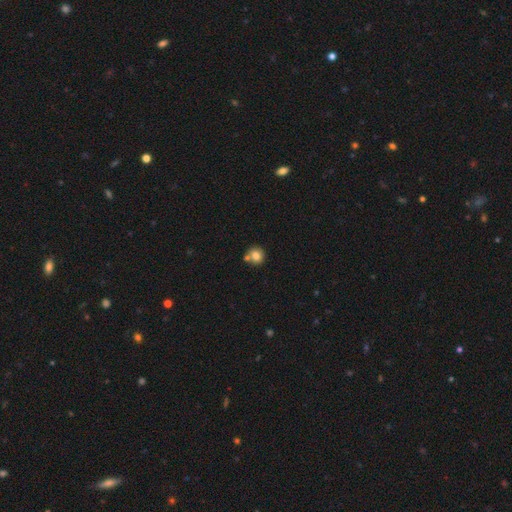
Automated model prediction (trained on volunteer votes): smooth-or-featured: smooth: 78% | featured or disk: 12% | star or artifact: 10%
  how-rounded: round: 89% | in between: 10% | cigar-shaped: 1%
  merging: none: 61% | merger: 27% | minor disturbance: 10% | major disturbance: 3%